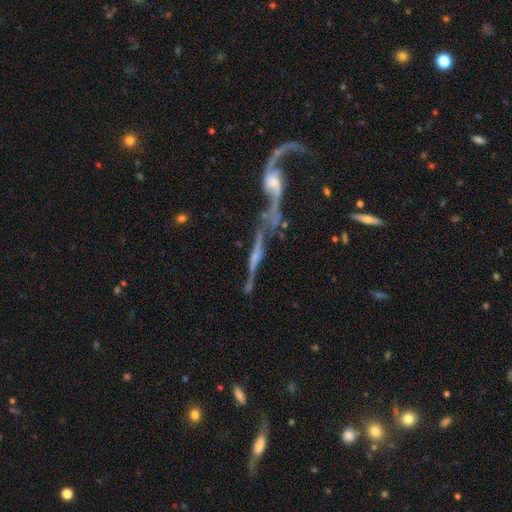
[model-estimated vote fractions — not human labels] smooth_or_featured: featured or disk (p=0.74) [alt: smooth p=0.14]
disk_edge_on: yes (p=0.61) [alt: no p=0.39]
merging: merger (p=0.49) [alt: none p=0.24]